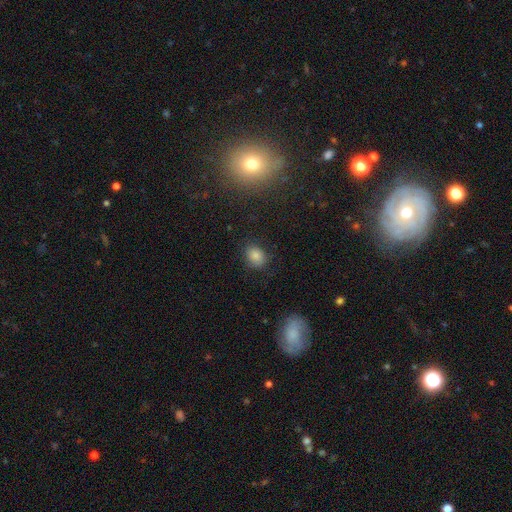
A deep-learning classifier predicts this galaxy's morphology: Overall: smooth (82%). How rounded: in between (59%; round 40%). Merging: none (78%).